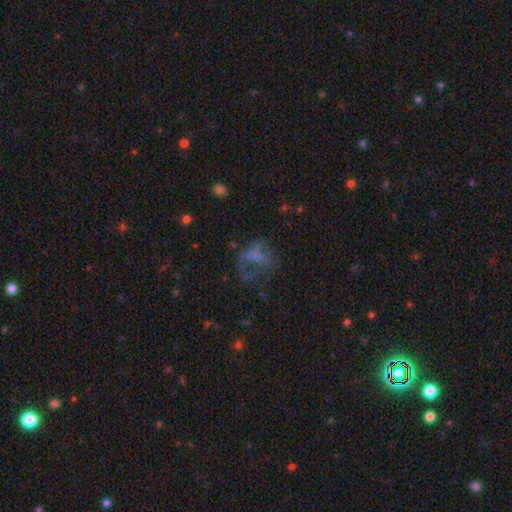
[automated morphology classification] A featured or disk galaxy (39%).

Vote fractions:
- Smooth or featured? featured or disk: 39% / smooth: 36% / star or artifact: 25%
- Merging? major disturbance: 45% / none: 34% / minor disturbance: 16% / merger: 5%